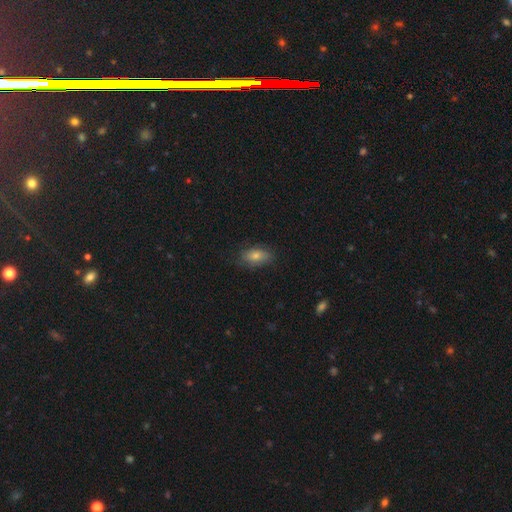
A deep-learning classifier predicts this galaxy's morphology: A smooth galaxy with no disk features (69%) that is in between round and cigar-shaped (87%).

Vote fractions:
- Smooth or featured? smooth: 69% / featured or disk: 18% / star or artifact: 13%
- How rounded? in between: 87% / round: 9% / cigar-shaped: 5%
- Merging? none: 78% / minor disturbance: 17% / major disturbance: 4% / merger: 1%